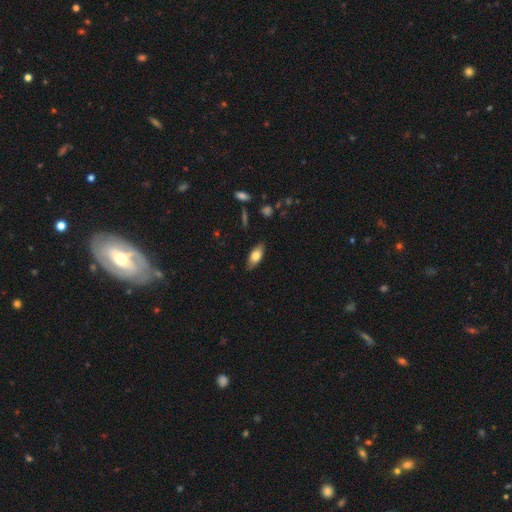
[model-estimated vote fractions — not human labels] smooth-or-featured: smooth: 76% | featured or disk: 18% | star or artifact: 7%
  how-rounded: in between: 85% | cigar-shaped: 13% | round: 3%
  merging: none: 84% | minor disturbance: 12% | major disturbance: 2% | merger: 1%